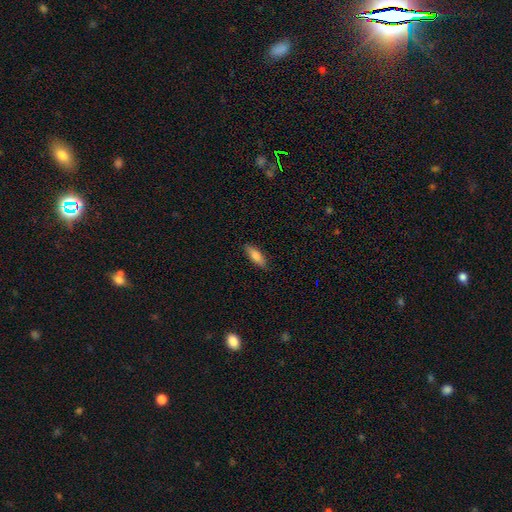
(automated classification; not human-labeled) The model was most divided on "how rounded": in between: 55%, cigar-shaped: 43%, round: 2%. More confident: merging — none (87%); smooth or featured — smooth (81%).